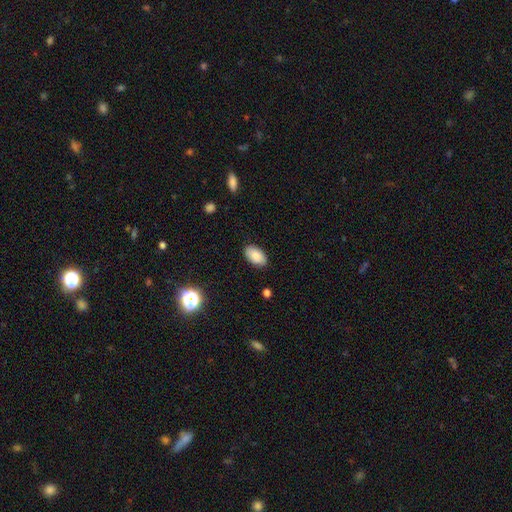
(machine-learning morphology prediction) A smooth galaxy with no disk features (87%) that is in between round and cigar-shaped (95%).

Vote fractions:
- Smooth or featured? smooth: 87% / star or artifact: 7% / featured or disk: 6%
- How rounded? in between: 95% / round: 4% / cigar-shaped: 2%
- Merging? none: 87% / minor disturbance: 10% / major disturbance: 2% / merger: 1%